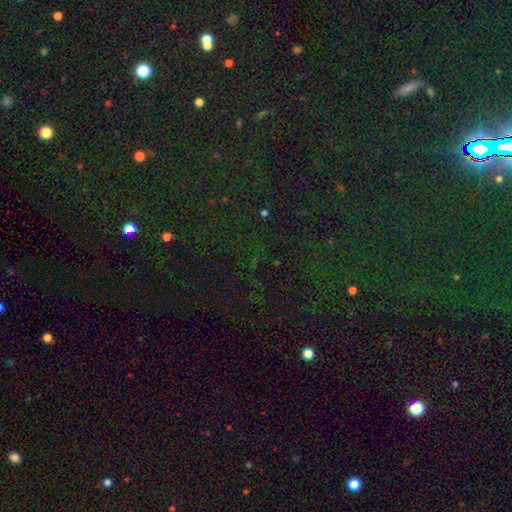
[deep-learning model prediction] This appears to be a star or artifact, not a galaxy (78%).